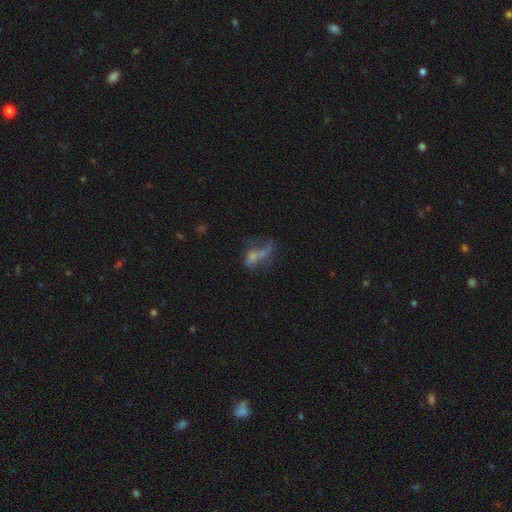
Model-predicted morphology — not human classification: smooth_or_featured: featured or disk (p=0.43) [alt: smooth p=0.39]
merging: major disturbance (p=0.33) [alt: merger p=0.26]